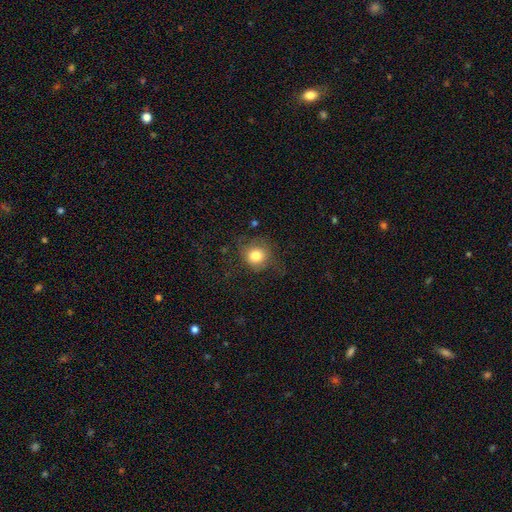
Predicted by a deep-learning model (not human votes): This is likely a smooth galaxy (80%). How rounded: clearly round (86%). Merging: likely none (70%).